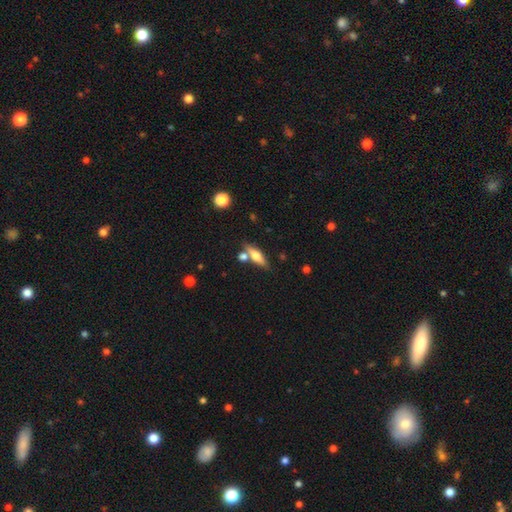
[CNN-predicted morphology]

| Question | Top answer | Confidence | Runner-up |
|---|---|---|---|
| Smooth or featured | featured or disk | 50% | smooth (42%) |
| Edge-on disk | yes | 91% | no (9%) |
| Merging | none | 68% | merger (16%) |